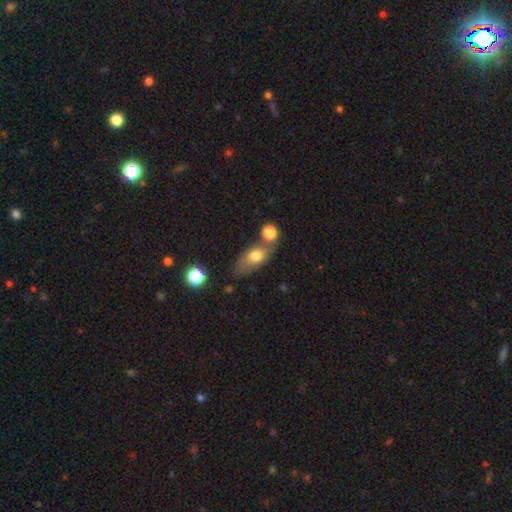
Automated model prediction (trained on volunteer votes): The model was most divided on "merging": none: 46%, merger: 28%, minor disturbance: 18%, major disturbance: 8%. More confident: how rounded — in between (78%); smooth or featured — smooth (67%).